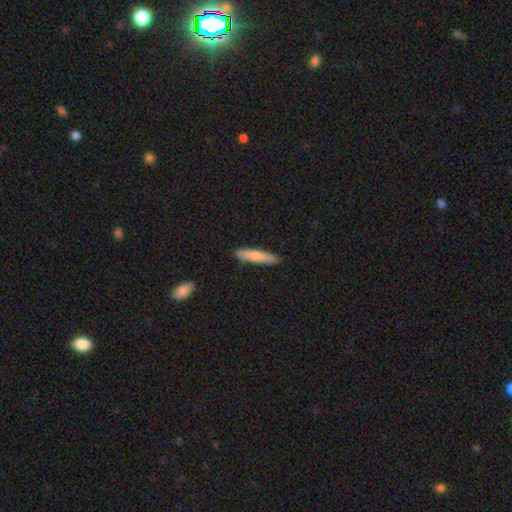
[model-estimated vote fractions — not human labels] A smooth galaxy with no disk features (74%) that is cigar-shaped (88%). Merging: none (89%).